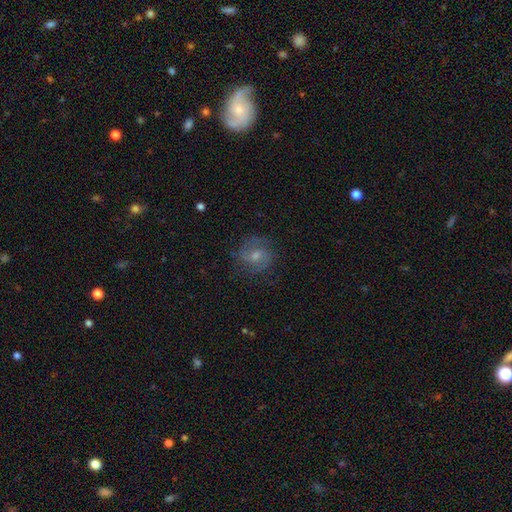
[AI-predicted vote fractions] The model was most divided on "spiral winding": medium: 47%, tight: 39%, loose: 14%. Remaining: edge-on disk — no (97%); spiral arms — yes (91%); merging — none (79%); spiral arm count — 2 (68%); smooth or featured — featured or disk (64%); bulge size — moderate (51%); bar — no (50%).